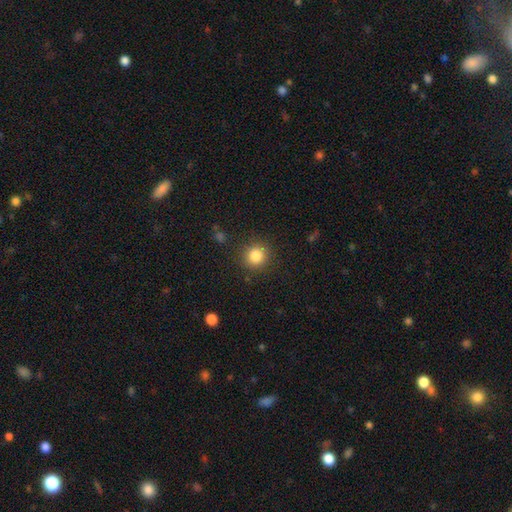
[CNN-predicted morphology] This is clearly a smooth galaxy (84%). How rounded: clearly round (91%). Merging: clearly none (88%).